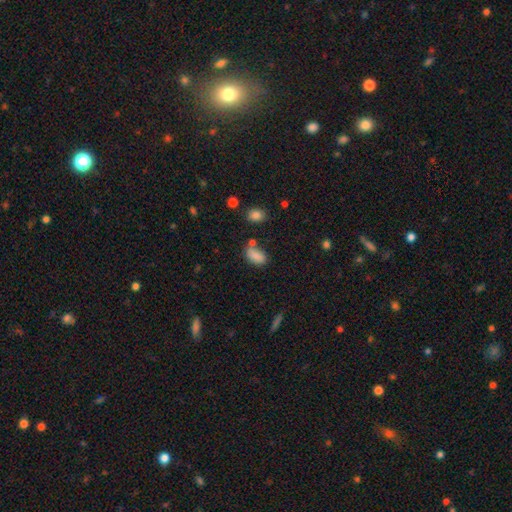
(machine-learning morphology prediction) The model was most divided on "merging": none: 63%, minor disturbance: 18%, merger: 13%, major disturbance: 5%. More confident: how rounded — in between (92%); smooth or featured — smooth (85%).